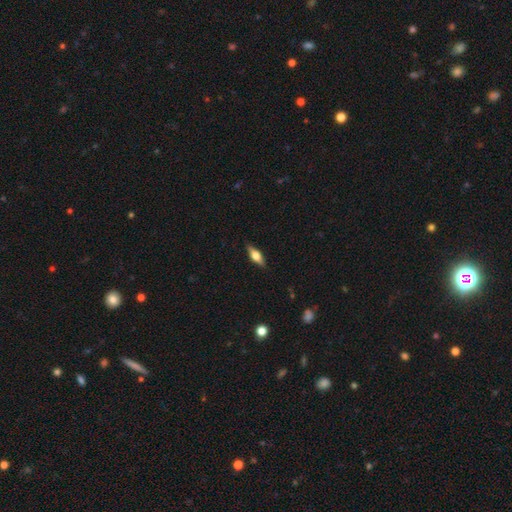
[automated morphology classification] Smooth or featured? featured or disk (49%)
Merging? none (86%)